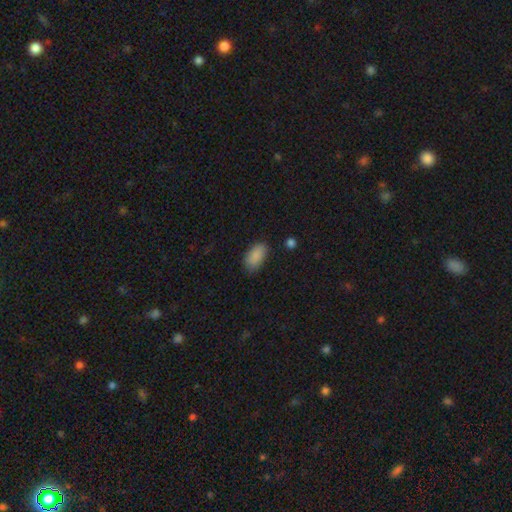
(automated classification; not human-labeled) smooth-or-featured: smooth: 88% | star or artifact: 8% | featured or disk: 4%
  how-rounded: in between: 93% | round: 4% | cigar-shaped: 3%
  merging: none: 80% | minor disturbance: 15% | major disturbance: 3% | merger: 2%